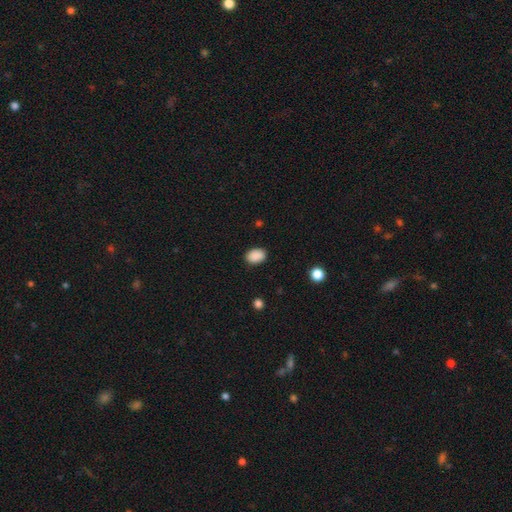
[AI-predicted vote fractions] The model was most divided on "how rounded": in between: 78%, round: 21%, cigar-shaped: 1%. More confident: smooth or featured — smooth (89%); merging — none (87%).